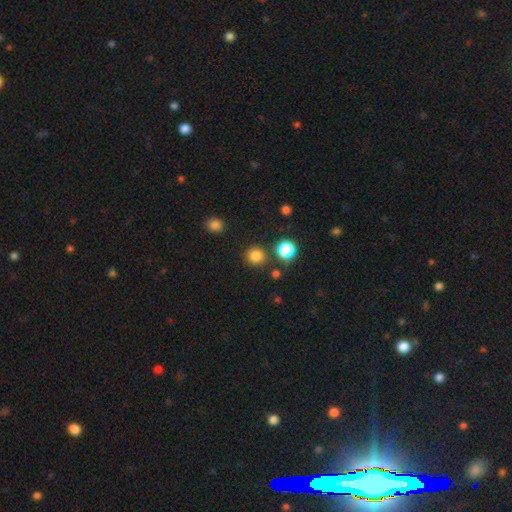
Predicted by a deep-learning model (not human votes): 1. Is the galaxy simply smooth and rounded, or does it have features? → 82% smooth, 14% star or artifact, 4% featured or disk.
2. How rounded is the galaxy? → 89% round, 10% in between, 1% cigar-shaped.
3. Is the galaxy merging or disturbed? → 84% none, 8% minor disturbance, 6% merger, 3% major disturbance.